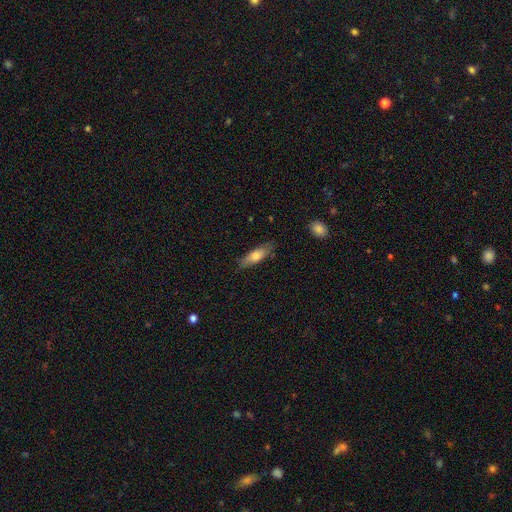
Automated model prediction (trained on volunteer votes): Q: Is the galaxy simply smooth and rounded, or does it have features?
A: smooth — 70%.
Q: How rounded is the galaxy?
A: cigar-shaped — 51%.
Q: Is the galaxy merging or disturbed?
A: none — 80%.